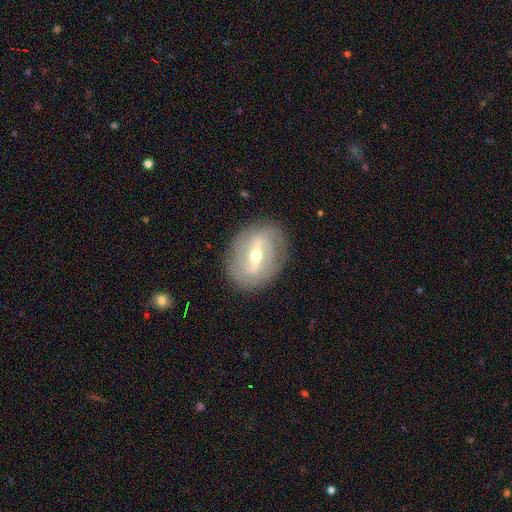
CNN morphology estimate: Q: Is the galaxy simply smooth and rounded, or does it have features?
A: featured or disk — 77%.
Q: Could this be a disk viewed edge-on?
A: no — 89%.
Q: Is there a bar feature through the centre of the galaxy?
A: strong — 57%.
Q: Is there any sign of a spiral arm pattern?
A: yes — 63%.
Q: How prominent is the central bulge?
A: moderate — 63%.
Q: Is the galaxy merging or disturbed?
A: none — 83%.